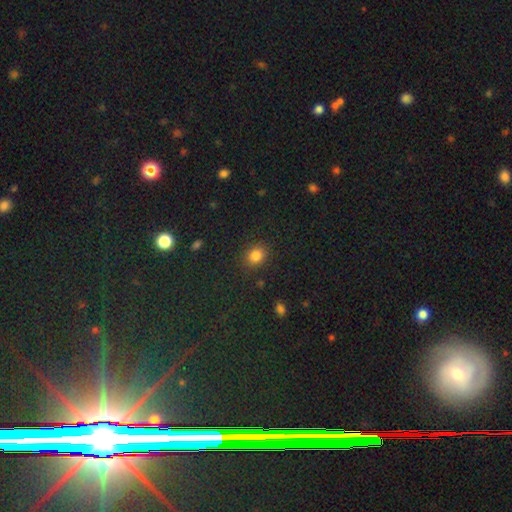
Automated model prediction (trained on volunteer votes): Smooth or featured? smooth (82%)
How rounded? round (68%)
Merging? none (86%)